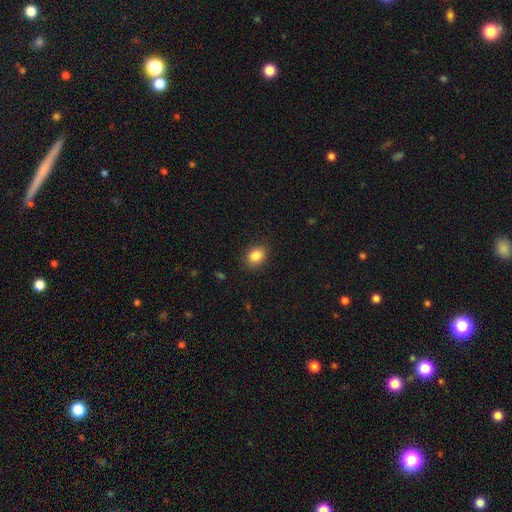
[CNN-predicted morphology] A smooth galaxy with no disk features (86%) that is in between round and cigar-shaped (64%).

Vote fractions:
- Smooth or featured? smooth: 86% / star or artifact: 9% / featured or disk: 5%
- How rounded? in between: 64% / round: 35% / cigar-shaped: 1%
- Merging? none: 87% / minor disturbance: 10% / major disturbance: 3% / merger: 1%